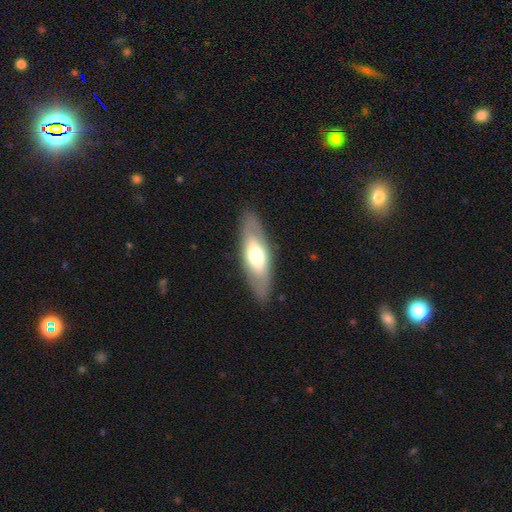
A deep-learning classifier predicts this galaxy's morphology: smooth 53%, featured or disk 42%, star or artifact 6%. Down the decision tree: how rounded — in between (62%); merging — none (86%).